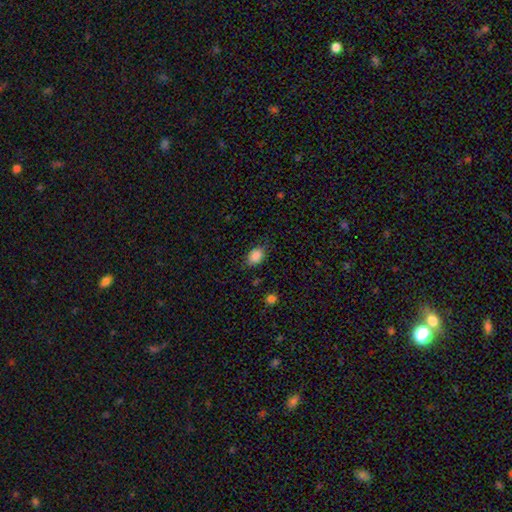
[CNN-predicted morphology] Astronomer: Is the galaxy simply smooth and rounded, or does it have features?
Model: smooth — 86%.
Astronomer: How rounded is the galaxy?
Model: in between — 72%.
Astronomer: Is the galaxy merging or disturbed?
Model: none — 78%.